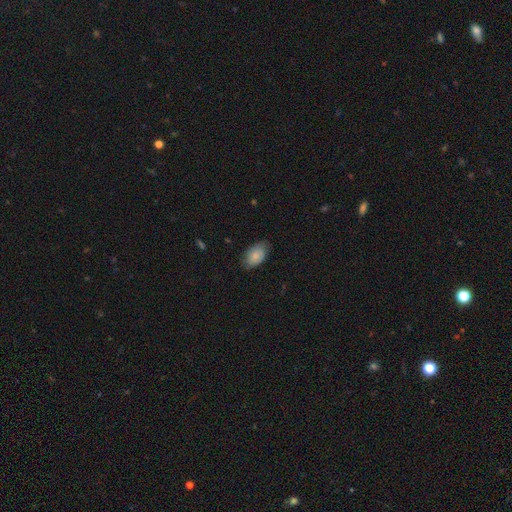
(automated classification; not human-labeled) Smooth or featured? smooth (79%)
How rounded? in between (93%)
Merging? none (72%)